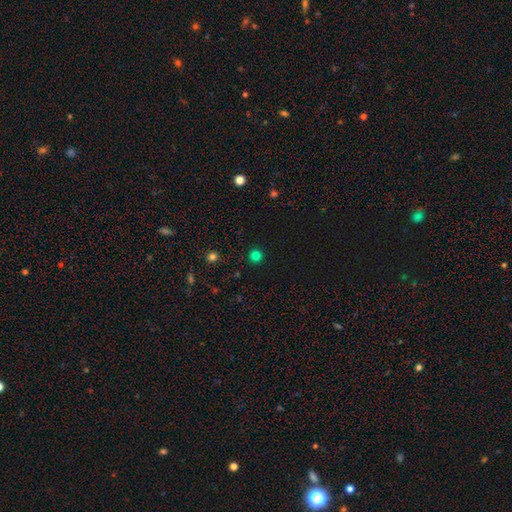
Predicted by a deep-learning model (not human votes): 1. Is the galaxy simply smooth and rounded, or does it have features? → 80% smooth, 17% star or artifact, 4% featured or disk.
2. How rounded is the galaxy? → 95% round, 4% in between, 1% cigar-shaped.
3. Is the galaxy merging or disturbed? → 92% none, 5% minor disturbance, 2% major disturbance, 1% merger.